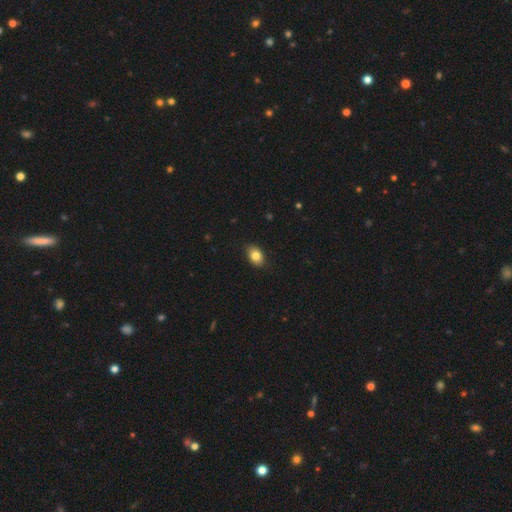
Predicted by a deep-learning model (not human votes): Overall: smooth (83%). How rounded: in between (77%). Merging: none (85%).